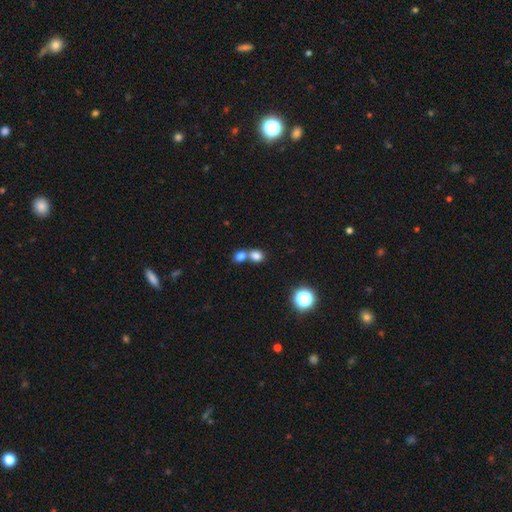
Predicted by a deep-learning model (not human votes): The model was most divided on "how rounded": round: 51%, in between: 48%, cigar-shaped: 1%. More confident: smooth or featured — smooth (79%); merging — merger (52%).